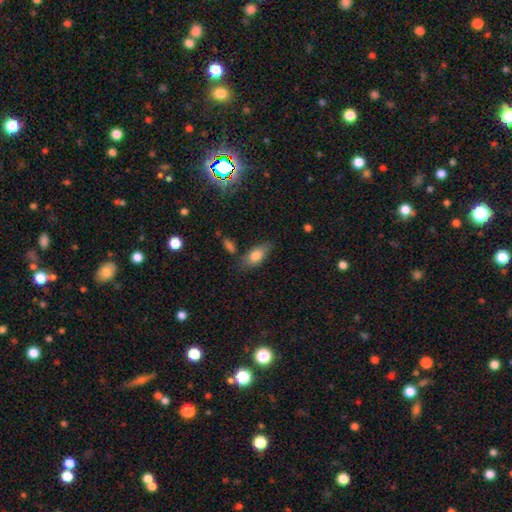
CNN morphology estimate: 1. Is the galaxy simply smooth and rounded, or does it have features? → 76% smooth, 16% featured or disk, 8% star or artifact.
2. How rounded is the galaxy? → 84% in between, 12% cigar-shaped, 4% round.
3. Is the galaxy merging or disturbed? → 70% none, 20% minor disturbance, 6% merger, 5% major disturbance.